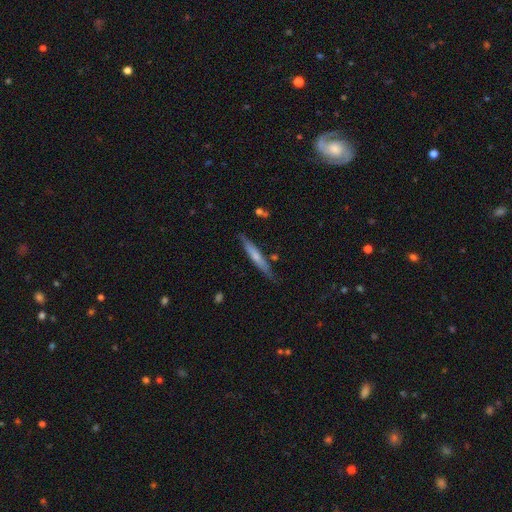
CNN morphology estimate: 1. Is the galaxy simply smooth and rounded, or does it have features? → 53% smooth, 42% featured or disk, 6% star or artifact.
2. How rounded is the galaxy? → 94% cigar-shaped, 5% in between, 1% round.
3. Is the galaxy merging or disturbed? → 80% none, 14% minor disturbance, 3% merger, 2% major disturbance.